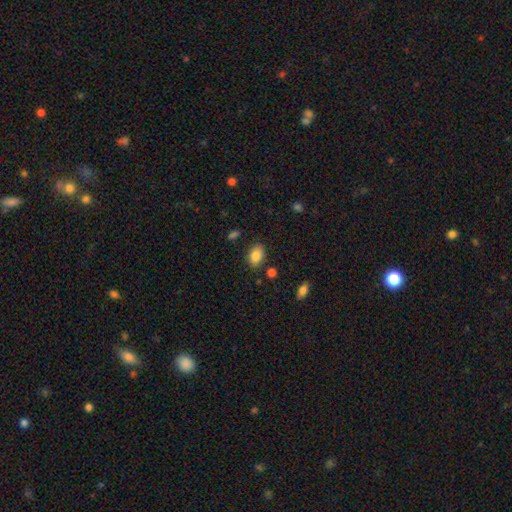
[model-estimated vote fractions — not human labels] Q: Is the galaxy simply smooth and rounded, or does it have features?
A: smooth — 84%.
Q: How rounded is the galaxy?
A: in between — 84%.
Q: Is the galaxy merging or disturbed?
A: none — 82%.